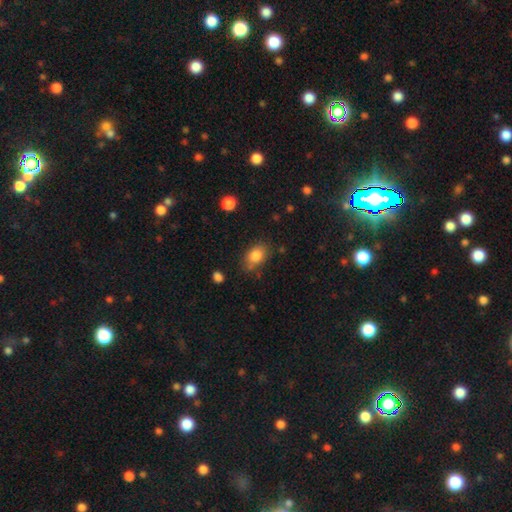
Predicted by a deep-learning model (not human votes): smooth_or_featured: smooth (p=0.84) [alt: star or artifact p=0.08]
how_rounded: in between (p=0.78) [alt: round p=0.20]
merging: none (p=0.72) [alt: minor disturbance p=0.19]